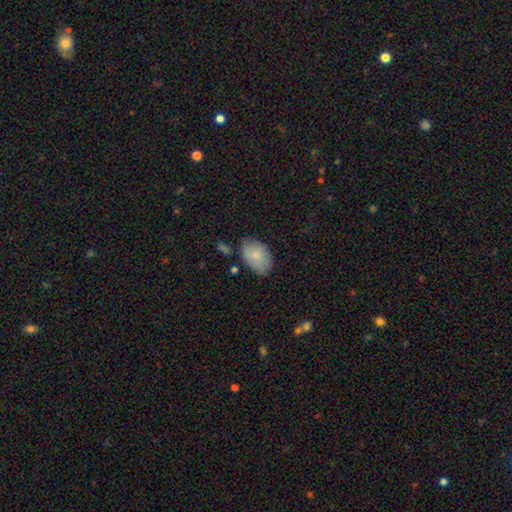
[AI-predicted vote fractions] Smooth or featured: smooth — 81% (featured or disk — 13%)
How rounded: in between — 89% (round — 9%)
Merging: none — 70% (minor disturbance — 21%)